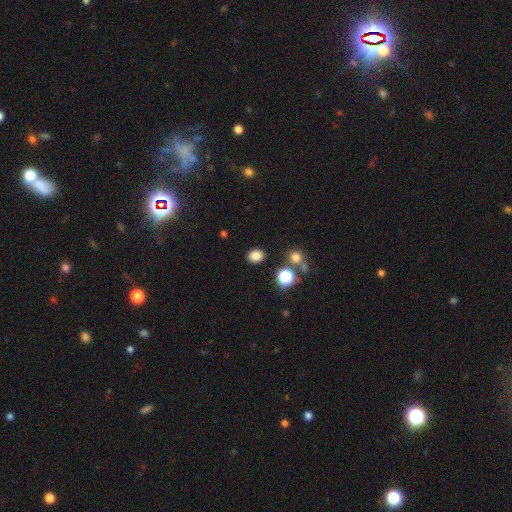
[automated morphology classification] smooth 83%, star or artifact 13%, featured or disk 4%. Down the decision tree: how rounded — in between (58%); merging — none (85%).